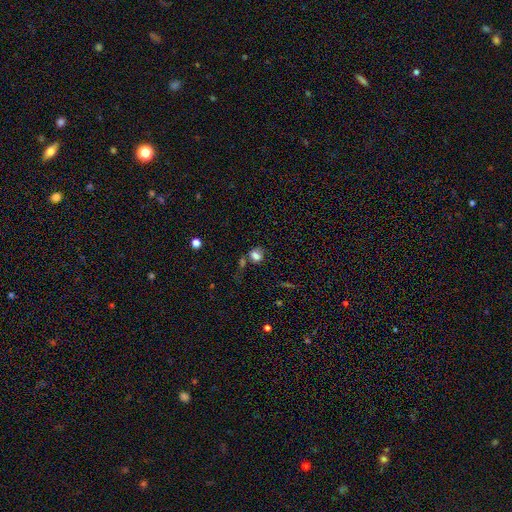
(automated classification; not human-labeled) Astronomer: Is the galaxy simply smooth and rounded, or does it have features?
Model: smooth — 73%.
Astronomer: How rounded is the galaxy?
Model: in between — 53% (runner-up: round, 45%).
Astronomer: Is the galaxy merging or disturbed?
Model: none — 52%.